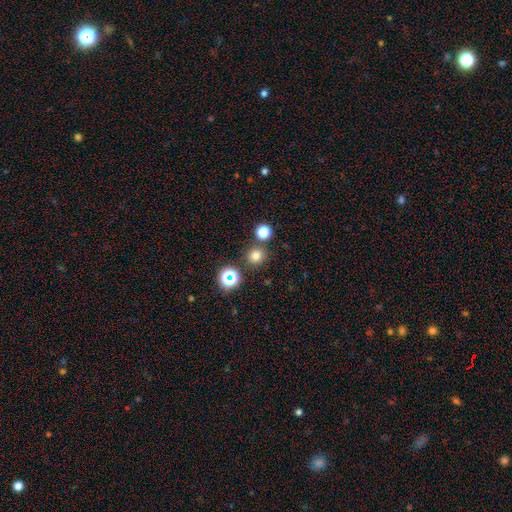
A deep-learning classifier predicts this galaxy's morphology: smooth_or_featured: smooth (p=0.75) [alt: star or artifact p=0.20]
how_rounded: round (p=0.92) [alt: in between p=0.07]
merging: none (p=0.81) [alt: merger p=0.09]